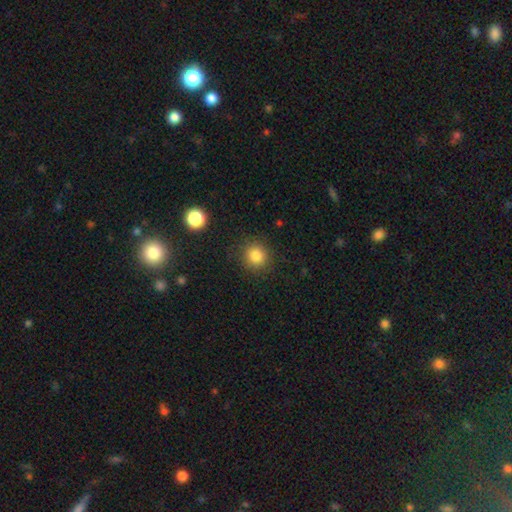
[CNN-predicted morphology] This is clearly a smooth galaxy (84%). How rounded: clearly round (89%). Merging: clearly none (88%).